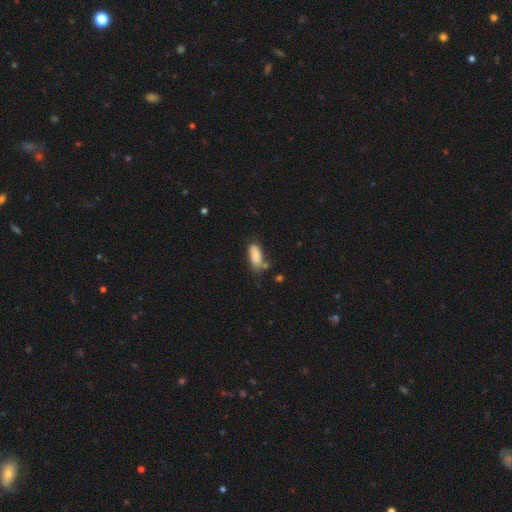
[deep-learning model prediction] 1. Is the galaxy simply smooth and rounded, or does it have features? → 82% smooth, 10% featured or disk, 8% star or artifact.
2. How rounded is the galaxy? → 85% in between, 12% cigar-shaped, 3% round.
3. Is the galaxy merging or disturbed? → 53% none, 27% minor disturbance, 12% merger, 8% major disturbance.